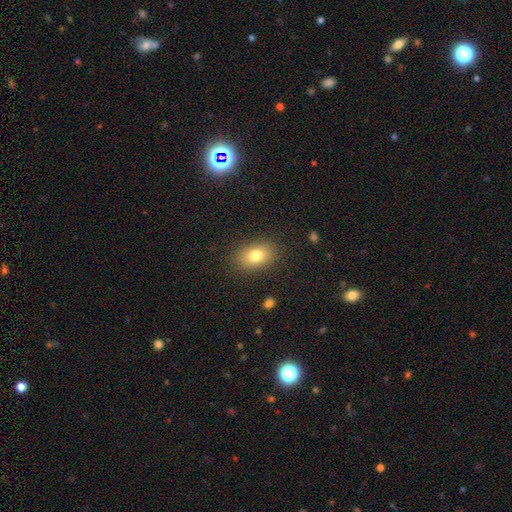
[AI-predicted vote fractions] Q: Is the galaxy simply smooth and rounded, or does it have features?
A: smooth — 79%.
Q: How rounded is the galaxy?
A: in between — 79%.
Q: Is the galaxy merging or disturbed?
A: none — 86%.